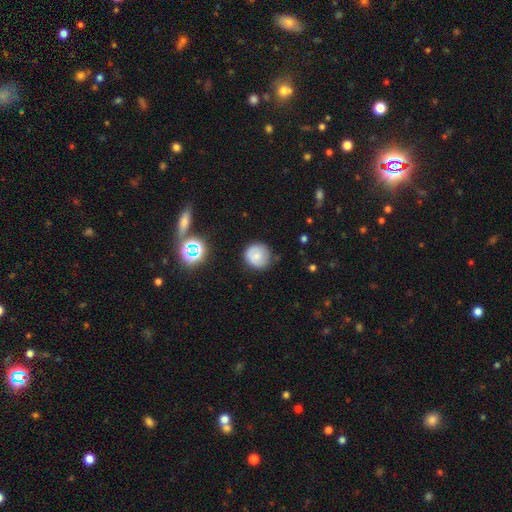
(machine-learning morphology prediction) Smooth or featured: smooth — 67% (featured or disk — 22%)
How rounded: round — 92% (in between — 7%)
Merging: none — 78% (minor disturbance — 16%)